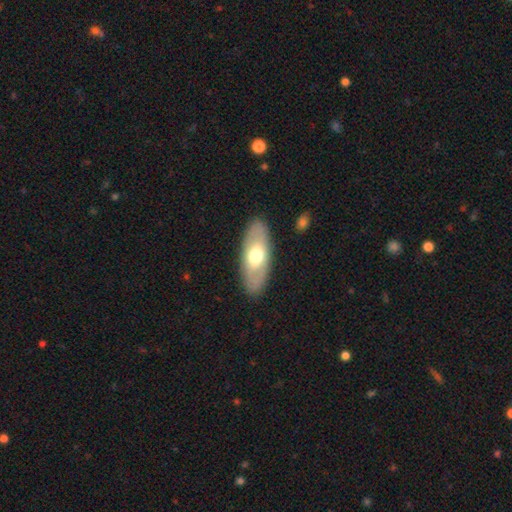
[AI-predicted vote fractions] Smooth or featured? Predicted: smooth (p=0.55). How rounded? Predicted: in between (p=0.83). Merging? Predicted: none (p=0.88).